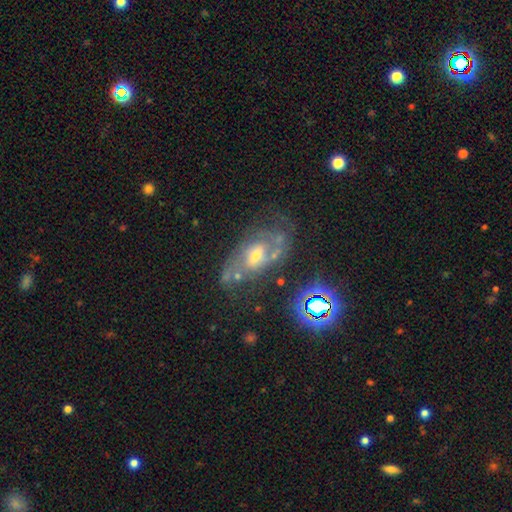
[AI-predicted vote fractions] Morphology: type=featured or disk (71%); edge-on=no (92%); bar=weak (44%); spiral arms=yes (79%); winding=medium (46%); arm count=2 (55%); bulge=moderate (54%); merging=none (51%).